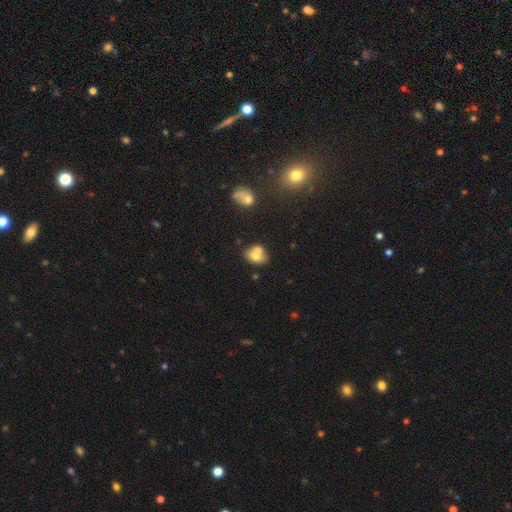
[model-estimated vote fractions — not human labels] This is likely a smooth galaxy (68%). How rounded: possibly in between (57%). Merging: marginally merger (43%).